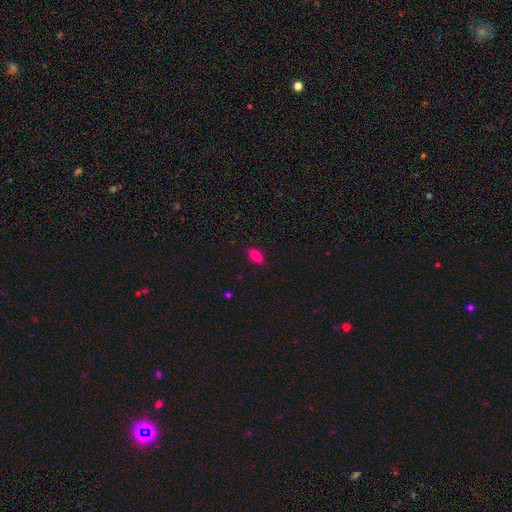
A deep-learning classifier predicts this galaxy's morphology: A smooth galaxy with no disk features (83%) that is in between round and cigar-shaped (87%).

Vote fractions:
- Smooth or featured? smooth: 83% / star or artifact: 10% / featured or disk: 8%
- How rounded? in between: 87% / cigar-shaped: 9% / round: 4%
- Merging? none: 87% / minor disturbance: 10% / major disturbance: 2% / merger: 1%